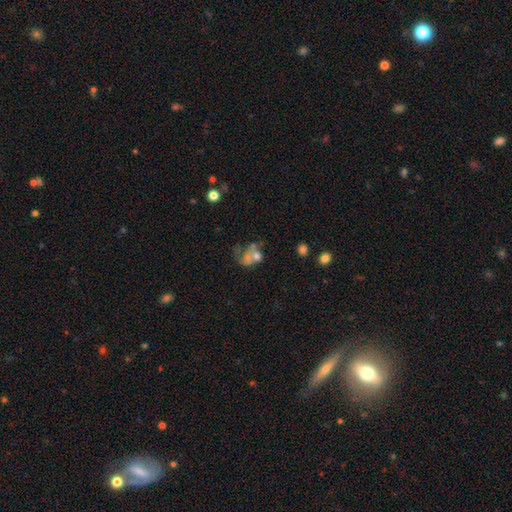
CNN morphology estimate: Q: Smooth or featured?
A: smooth (48%); runner-up: featured or disk (38%)
Q: Merging?
A: merger (38%); runner-up: major disturbance (28%)